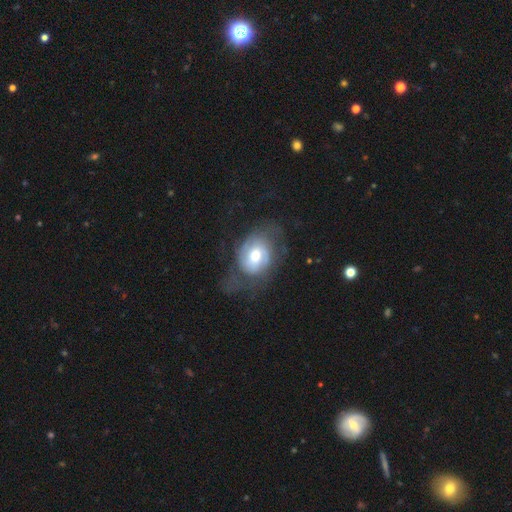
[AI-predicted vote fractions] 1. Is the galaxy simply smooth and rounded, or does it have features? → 56% featured or disk, 37% smooth, 7% star or artifact.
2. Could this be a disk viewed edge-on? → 96% no, 4% yes.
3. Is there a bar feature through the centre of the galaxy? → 60% no, 31% weak, 9% strong.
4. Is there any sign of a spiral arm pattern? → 69% yes, 31% no.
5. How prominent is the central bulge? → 69% moderate, 16% small, 13% large, 2% dominant, 1% none.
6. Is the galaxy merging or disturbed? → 44% none, 29% major disturbance, 24% minor disturbance, 2% merger.